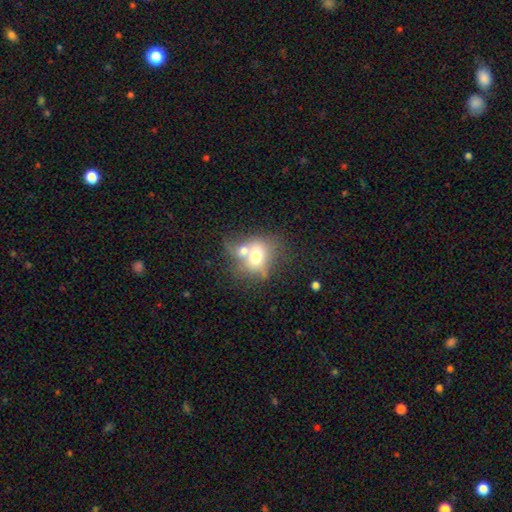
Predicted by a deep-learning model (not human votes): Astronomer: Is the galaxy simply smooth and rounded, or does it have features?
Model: smooth — 62%.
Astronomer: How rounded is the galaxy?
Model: round — 50% (runner-up: in between, 48%).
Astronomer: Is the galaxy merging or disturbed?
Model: merger — 66%.